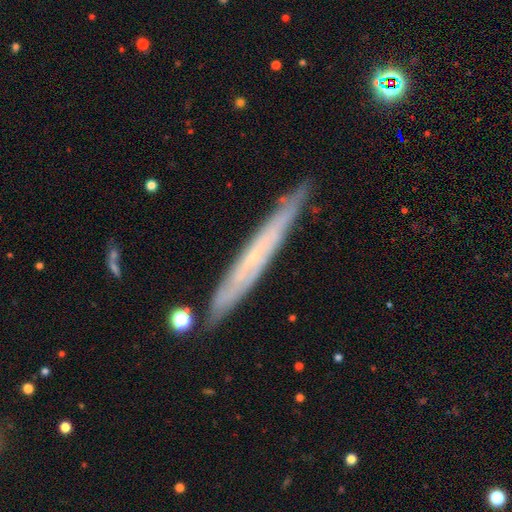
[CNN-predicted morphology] A featured or disk galaxy (66%) viewed edge-on (81%) with no central bulge (73%).

Vote fractions:
- Smooth or featured? featured or disk: 66% / smooth: 27% / star or artifact: 7%
- Edge-on disk? yes: 81% / no: 19%
- Edge-on bulge? none: 73% / rounded: 24% / boxy: 3%
- Merging? none: 85% / minor disturbance: 12% / merger: 2% / major disturbance: 2%